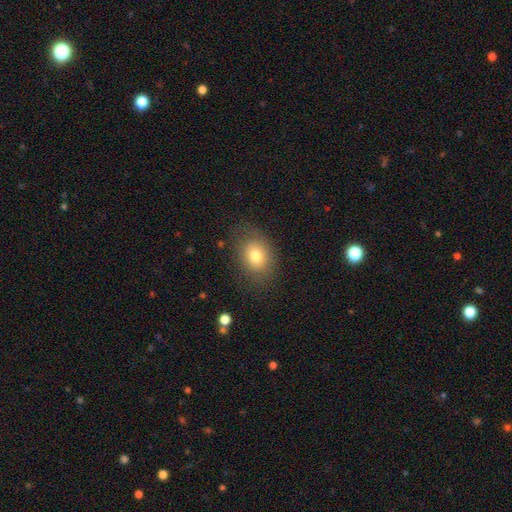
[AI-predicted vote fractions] Smooth or featured?
  - smooth: 76% *
  - featured or disk: 13%
  - star or artifact: 10%
How rounded?
  - in between: 63% *
  - round: 36%
  - cigar-shaped: 1%
Merging?
  - none: 78% *
  - minor disturbance: 15%
  - major disturbance: 6%
  - merger: 1%